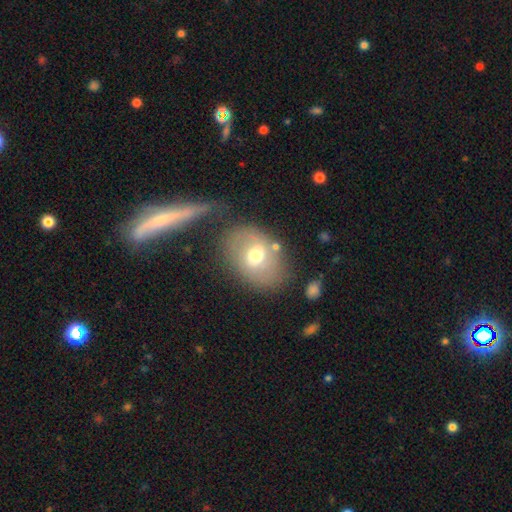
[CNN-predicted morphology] smooth 50%, featured or disk 41%, star or artifact 10%. Down the decision tree: merging — none (61%).